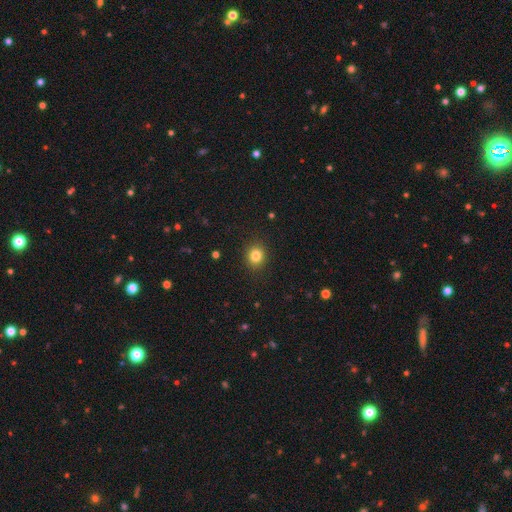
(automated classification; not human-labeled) smooth_or_featured: smooth (p=0.83) [alt: star or artifact p=0.12]
how_rounded: round (p=0.77) [alt: in between p=0.22]
merging: none (p=0.90) [alt: minor disturbance p=0.07]